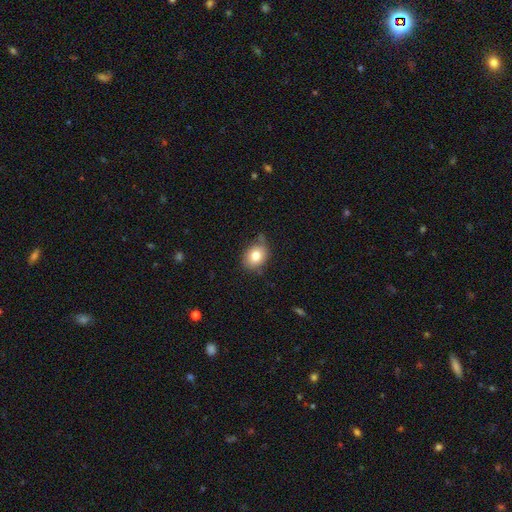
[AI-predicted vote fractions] This is likely a smooth galaxy (80%). How rounded: possibly in between (51%). Merging: likely none (71%).